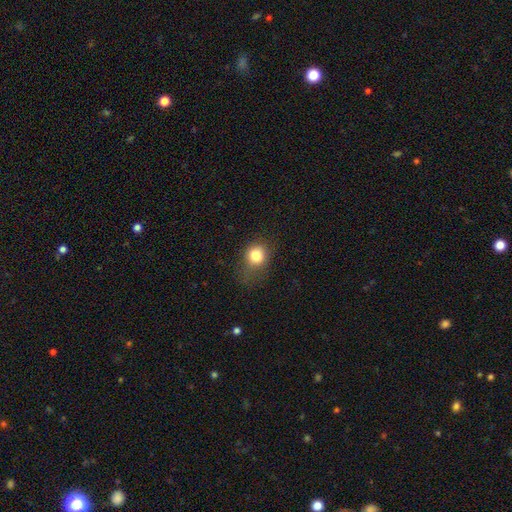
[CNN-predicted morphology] Smooth or featured: smooth — 81% (star or artifact — 11%)
How rounded: round — 71% (in between — 28%)
Merging: none — 56% (minor disturbance — 27%)